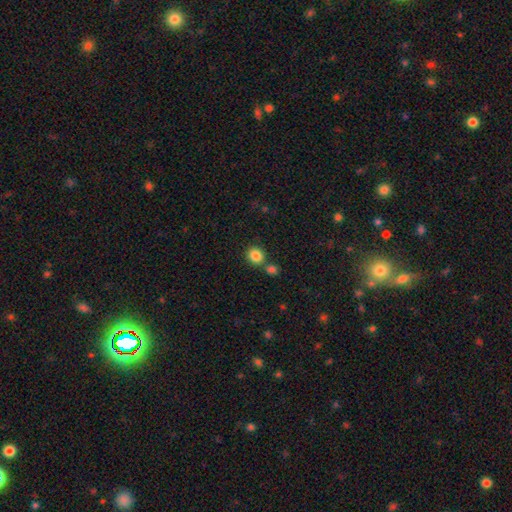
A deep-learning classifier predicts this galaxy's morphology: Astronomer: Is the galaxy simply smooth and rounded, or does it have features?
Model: smooth — 85%.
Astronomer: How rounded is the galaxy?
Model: round — 80%.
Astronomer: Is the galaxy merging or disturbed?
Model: none — 71%.